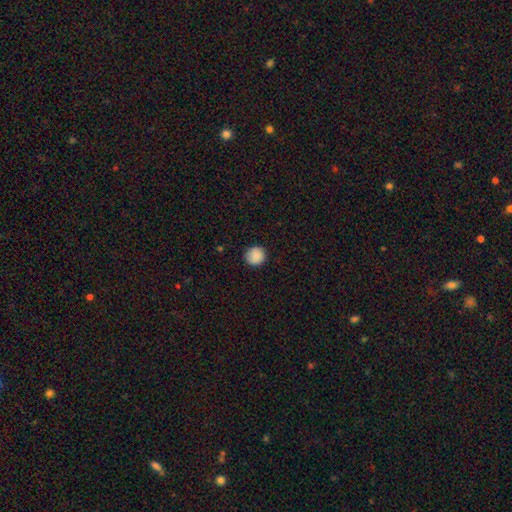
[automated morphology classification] A smooth galaxy with no disk features (89%) that is round (93%). Merging: none (89%).